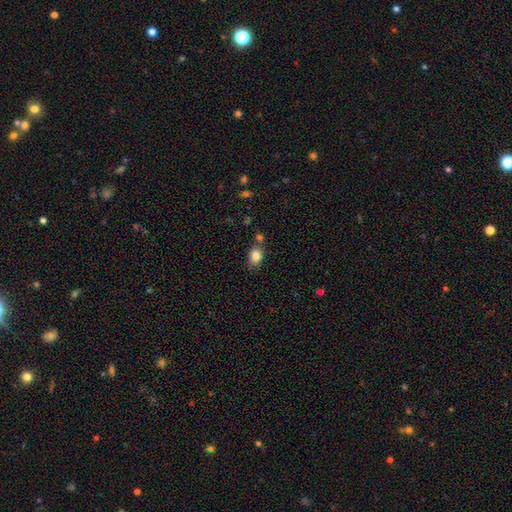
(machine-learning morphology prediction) The model was most divided on "how rounded": in between: 69%, round: 29%, cigar-shaped: 1%. More confident: smooth or featured — smooth (84%); merging — none (68%).